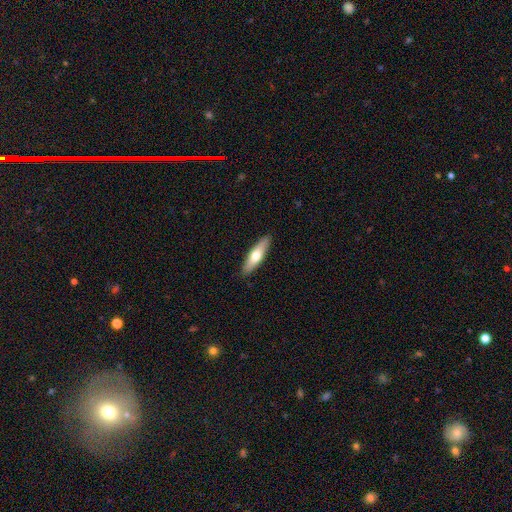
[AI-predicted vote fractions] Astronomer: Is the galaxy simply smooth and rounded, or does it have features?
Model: smooth — 57% (runner-up: featured or disk, 38%).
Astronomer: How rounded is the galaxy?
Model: cigar-shaped — 67%.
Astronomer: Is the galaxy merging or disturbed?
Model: none — 90%.